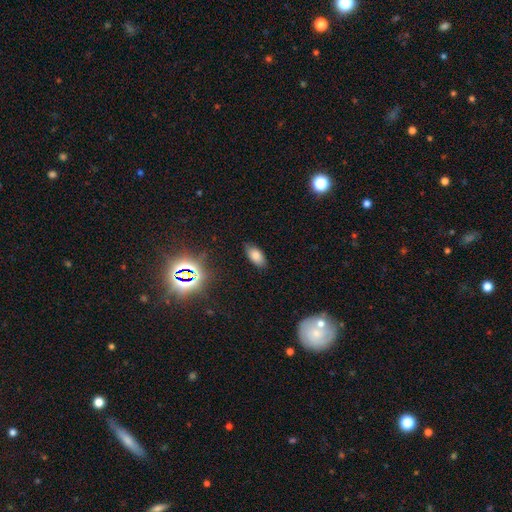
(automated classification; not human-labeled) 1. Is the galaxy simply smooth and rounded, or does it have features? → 78% smooth, 14% star or artifact, 8% featured or disk.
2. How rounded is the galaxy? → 92% in between, 4% round, 4% cigar-shaped.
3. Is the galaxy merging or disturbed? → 82% none, 14% minor disturbance, 3% major disturbance, 1% merger.